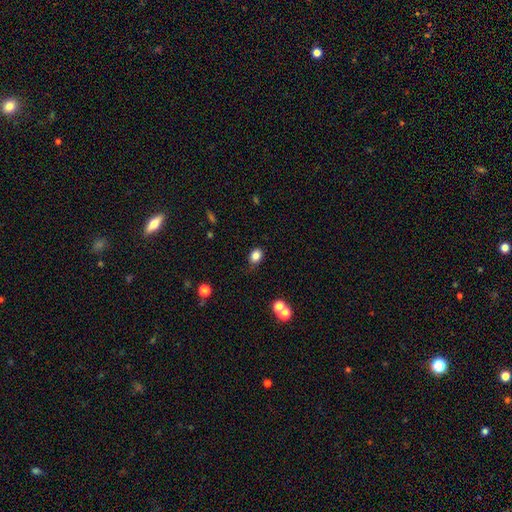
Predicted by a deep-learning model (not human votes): A smooth galaxy with no disk features (83%) that is in between round and cigar-shaped (64%). Merging: none (74%).